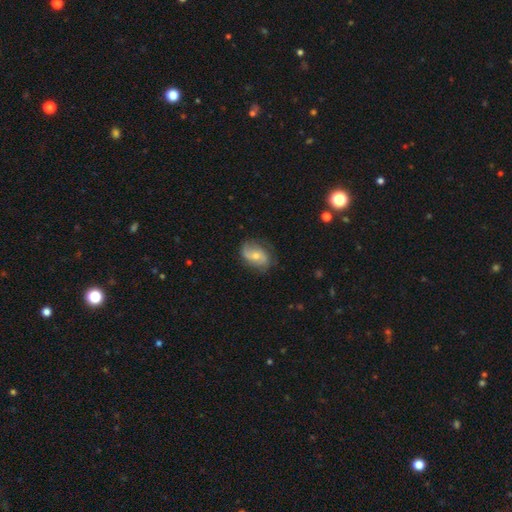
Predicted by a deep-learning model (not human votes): The model was most divided on "bulge size": moderate: 52%, small: 42%, large: 3%, none: 2%, dominant: 1%. More confident: edge-on disk — no (96%); spiral arms — yes (87%); merging — none (69%); bar — no (62%); smooth or featured — featured or disk (59%).